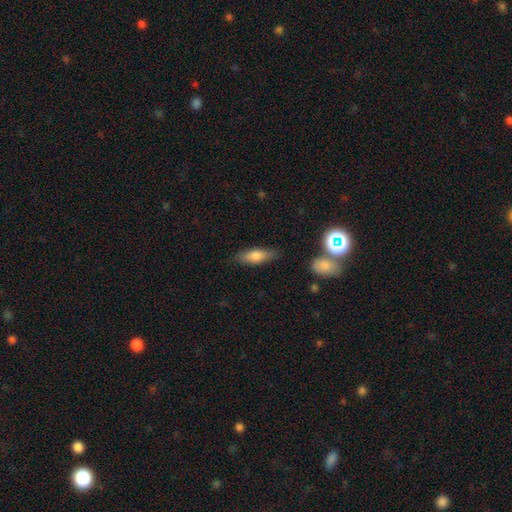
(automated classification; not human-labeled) A smooth galaxy with no disk features (71%) that is in between round and cigar-shaped (55%). Merging: none (83%).